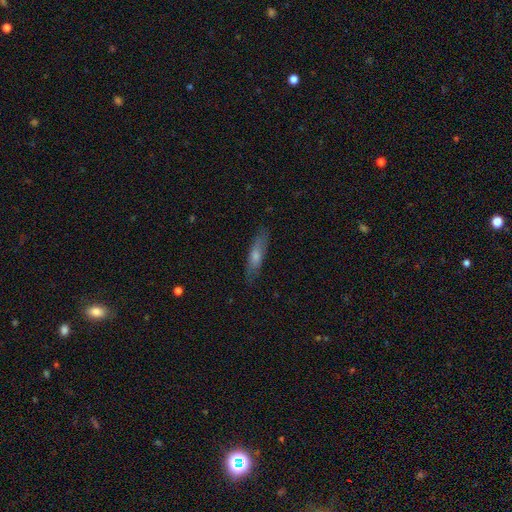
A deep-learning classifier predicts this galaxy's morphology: Smooth or featured? Predicted: smooth (p=0.54). How rounded? Predicted: cigar-shaped (p=0.75). Merging? Predicted: none (p=0.80).